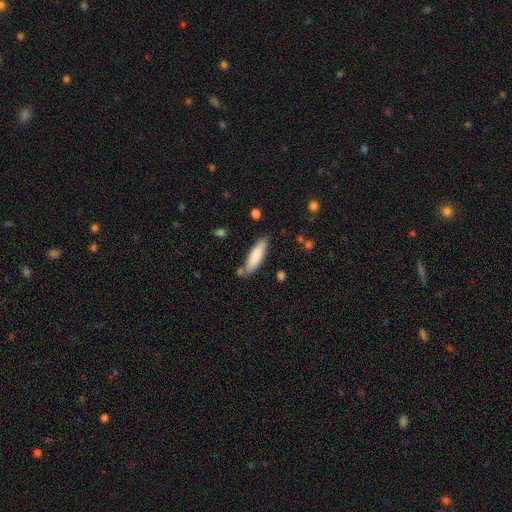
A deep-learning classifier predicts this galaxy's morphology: Smooth or featured: smooth — 83% (featured or disk — 12%)
How rounded: cigar-shaped — 60% (in between — 39%)
Merging: none — 75% (minor disturbance — 16%)